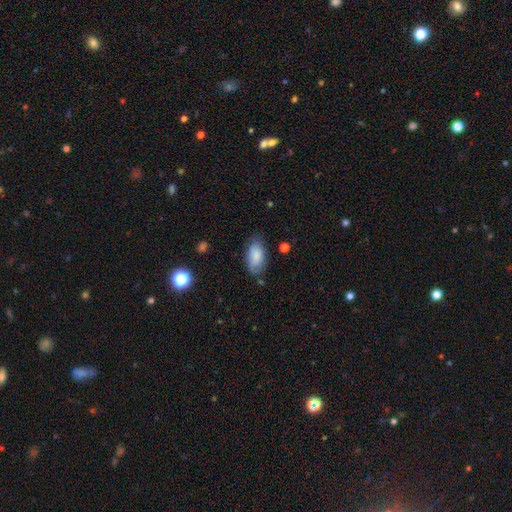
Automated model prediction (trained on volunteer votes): The model was most divided on "merging": none: 70%, minor disturbance: 23%, major disturbance: 6%, merger: 2%. More confident: how rounded — in between (93%); smooth or featured — smooth (82%).